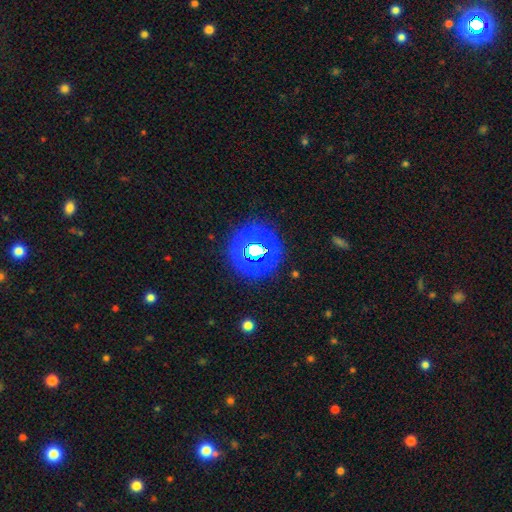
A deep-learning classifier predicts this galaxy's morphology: Smooth or featured? star or artifact (74%)